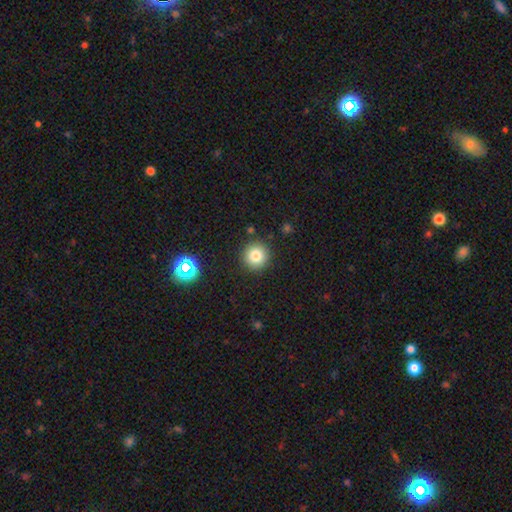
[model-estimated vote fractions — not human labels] smooth-or-featured: smooth: 79% | star or artifact: 13% | featured or disk: 8%
  how-rounded: round: 95% | in between: 4% | cigar-shaped: 1%
  merging: none: 89% | minor disturbance: 6% | major disturbance: 2% | merger: 2%